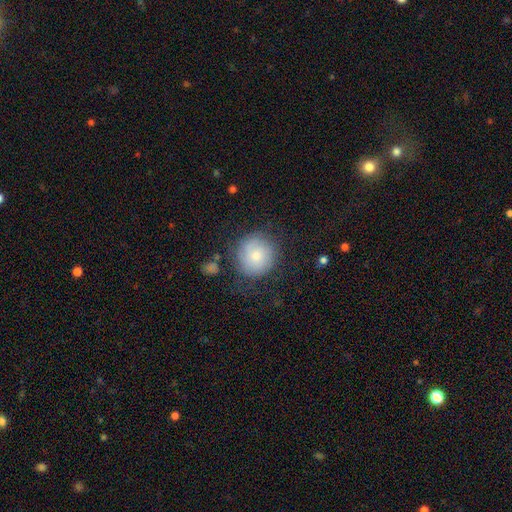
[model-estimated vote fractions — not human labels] The model was most divided on "smooth or featured": smooth: 68%, featured or disk: 24%, star or artifact: 8%. More confident: how rounded — round (91%); merging — none (71%).